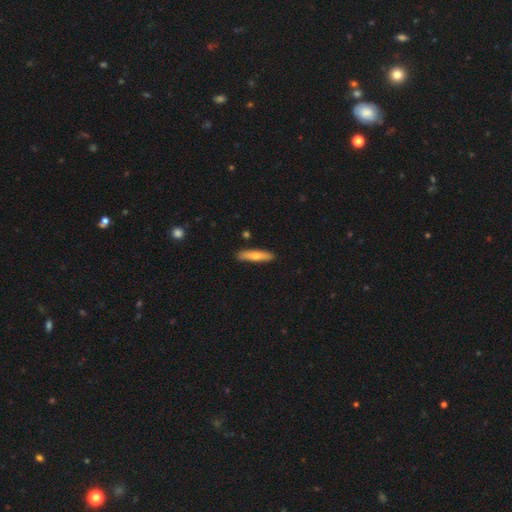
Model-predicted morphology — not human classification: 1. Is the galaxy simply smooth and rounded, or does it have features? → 69% smooth, 26% featured or disk, 6% star or artifact.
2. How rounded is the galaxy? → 81% cigar-shaped, 17% in between, 2% round.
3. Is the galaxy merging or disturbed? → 86% none, 10% minor disturbance, 2% merger, 2% major disturbance.